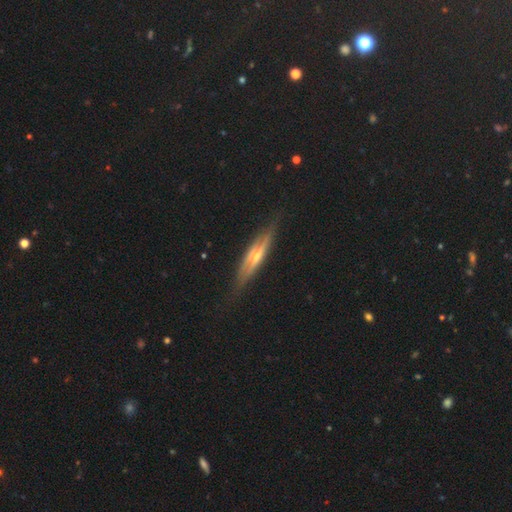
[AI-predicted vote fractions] Smooth or featured?
  - featured or disk: 72% *
  - smooth: 20%
  - star or artifact: 9%
Edge-on disk?
  - yes: 93% *
  - no: 7%
Edge-on bulge?
  - rounded: 80% *
  - none: 11%
  - boxy: 9%
Merging?
  - none: 84% *
  - minor disturbance: 12%
  - major disturbance: 3%
  - merger: 1%